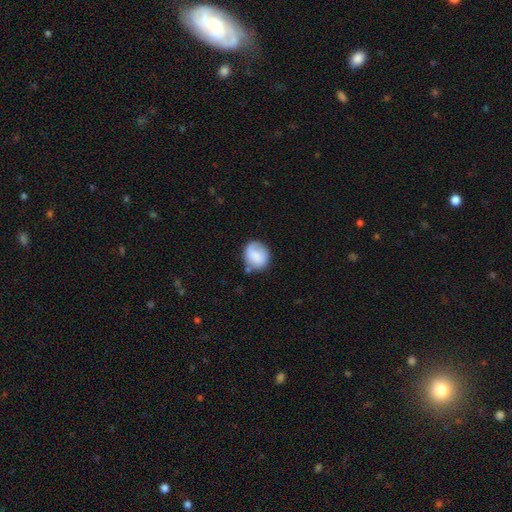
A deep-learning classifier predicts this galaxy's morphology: Smooth or featured? smooth (77%)
How rounded? round (65%)
Merging? none (62%)